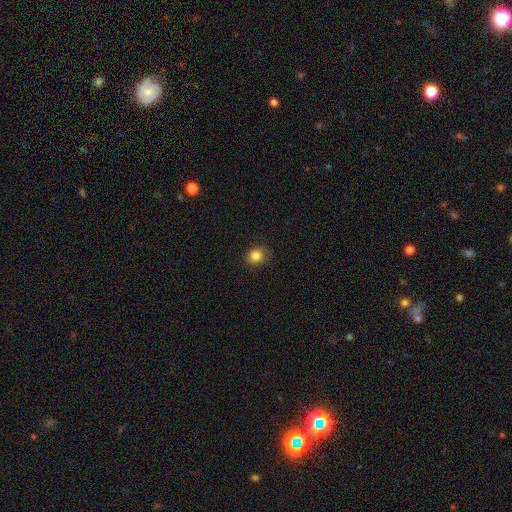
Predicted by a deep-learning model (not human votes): Smooth or featured: smooth — 84% (star or artifact — 11%)
How rounded: round — 82% (in between — 17%)
Merging: none — 90% (minor disturbance — 7%)